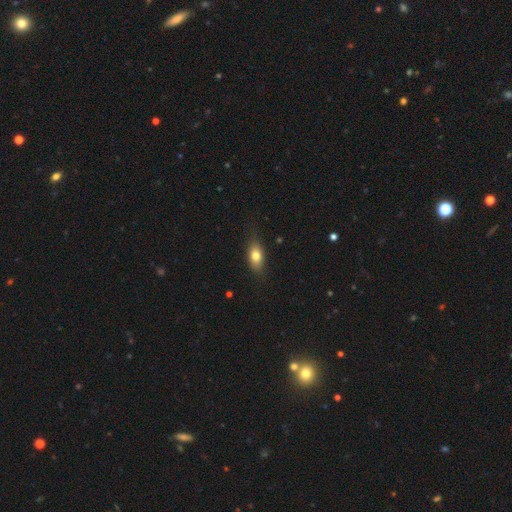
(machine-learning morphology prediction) smooth 76%, featured or disk 16%, star or artifact 8%. Down the decision tree: how rounded — in between (82%); merging — none (80%).